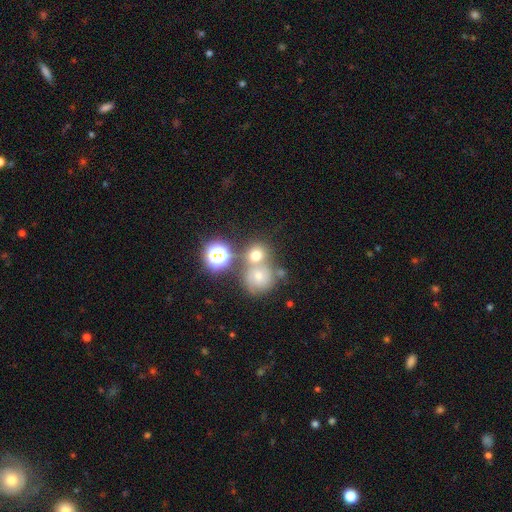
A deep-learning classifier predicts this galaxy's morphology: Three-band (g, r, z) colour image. It shows a smooth galaxy with no disk features (61%) that is round (83%). Merging: none (46%).